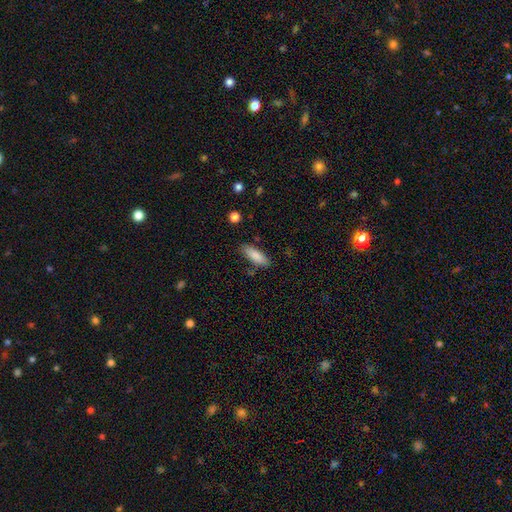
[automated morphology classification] The model was most divided on "how rounded": in between: 57%, cigar-shaped: 42%, round: 2%. More confident: smooth or featured — smooth (86%); merging — none (82%).